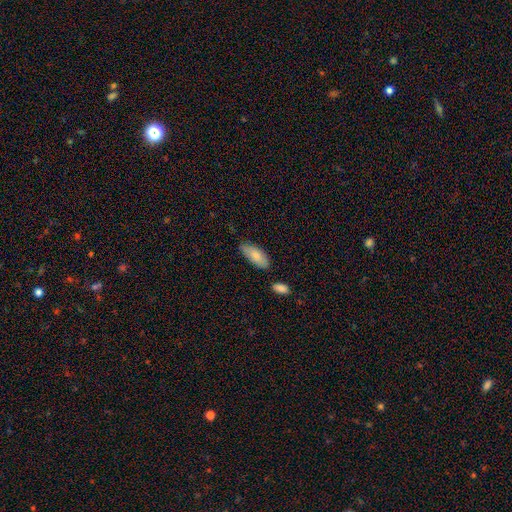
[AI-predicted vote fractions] Smooth or featured: smooth — 81% (featured or disk — 13%)
How rounded: in between — 85% (cigar-shaped — 14%)
Merging: none — 74% (minor disturbance — 18%)